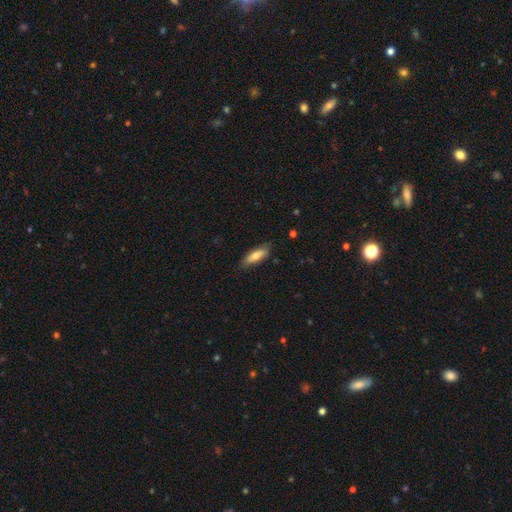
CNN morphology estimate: type=smooth (71%); roundness=in between (54%); merging=none (78%).